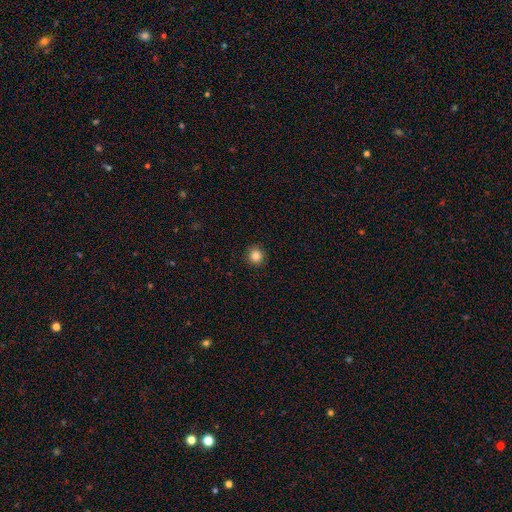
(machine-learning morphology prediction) Q: Smooth or featured?
A: smooth (85%); runner-up: star or artifact (11%)
Q: How rounded?
A: round (92%); runner-up: in between (7%)
Q: Merging?
A: none (92%); runner-up: minor disturbance (6%)